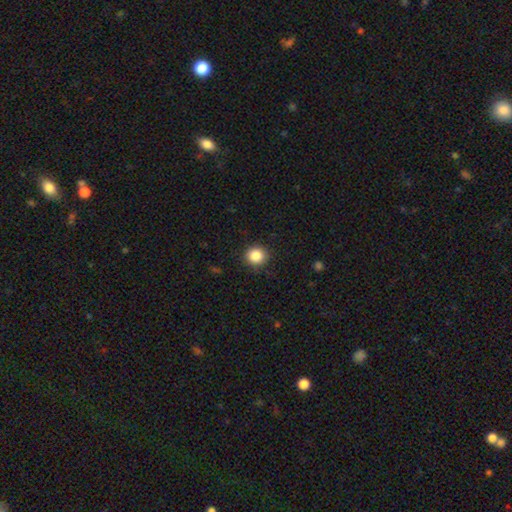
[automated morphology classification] Smooth or featured?
  - smooth: 86% *
  - star or artifact: 10%
  - featured or disk: 4%
How rounded?
  - round: 89% *
  - in between: 10%
  - cigar-shaped: 1%
Merging?
  - none: 90% *
  - minor disturbance: 7%
  - major disturbance: 2%
  - merger: 1%